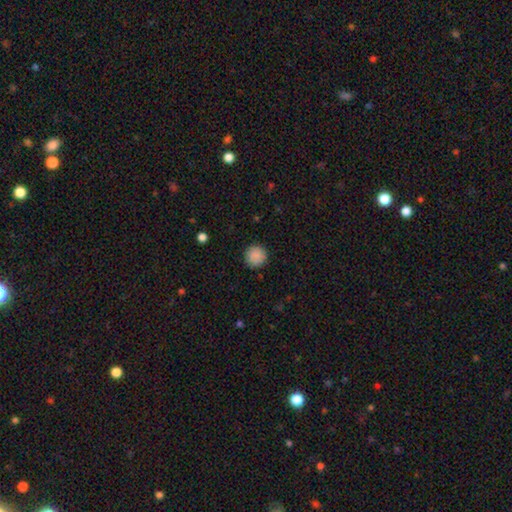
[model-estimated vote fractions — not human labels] Smooth or featured? smooth (88%)
How rounded? round (94%)
Merging? none (90%)